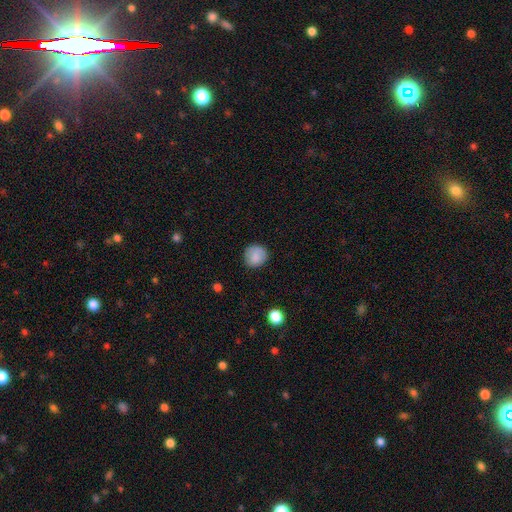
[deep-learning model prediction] This is clearly a smooth galaxy (83%). How rounded: clearly round (87%). Merging: clearly none (83%).